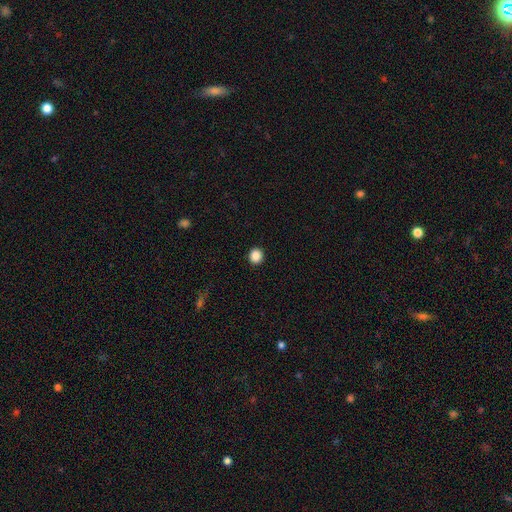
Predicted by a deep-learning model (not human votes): Smooth or featured: smooth — 88% (star or artifact — 10%)
How rounded: round — 90% (in between — 9%)
Merging: none — 93% (minor disturbance — 5%)